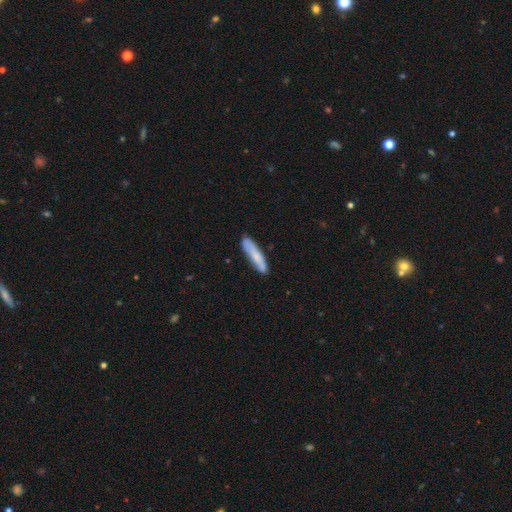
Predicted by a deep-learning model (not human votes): Smooth or featured?
  - smooth: 70% *
  - featured or disk: 25%
  - star or artifact: 6%
How rounded?
  - cigar-shaped: 85% *
  - in between: 14%
  - round: 1%
Merging?
  - none: 80% *
  - minor disturbance: 15%
  - major disturbance: 3%
  - merger: 2%